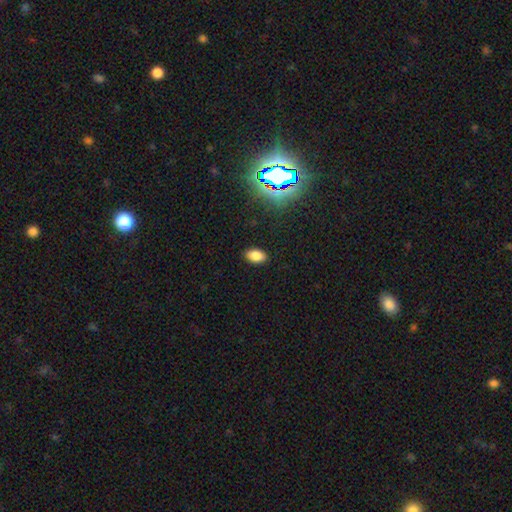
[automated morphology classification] type=smooth (82%); roundness=in between (92%); merging=none (88%).